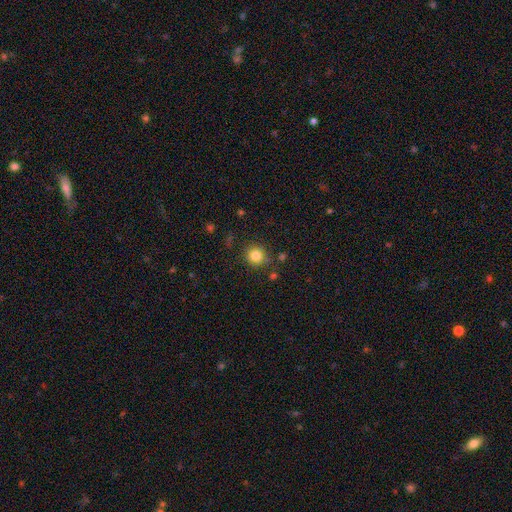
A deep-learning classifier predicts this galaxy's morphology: A smooth galaxy with no disk features (83%) that is round (91%). Merging: none (84%).